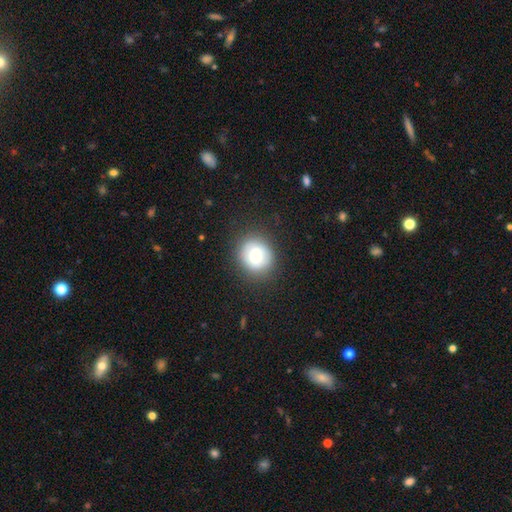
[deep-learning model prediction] smooth 69%, featured or disk 21%, star or artifact 10%. Down the decision tree: how rounded — round (82%); merging — none (84%).